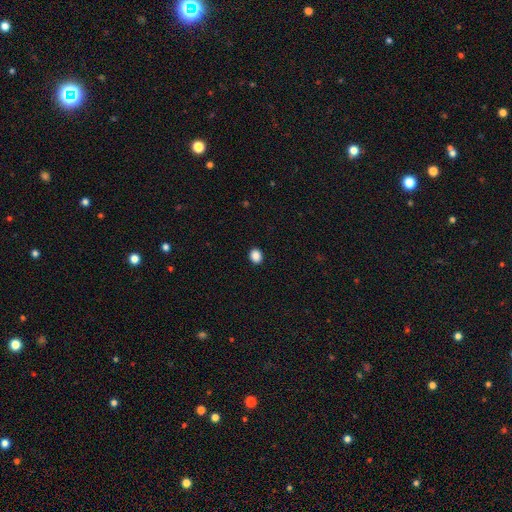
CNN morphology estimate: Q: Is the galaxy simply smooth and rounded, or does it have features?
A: smooth — 88%.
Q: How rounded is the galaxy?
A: round — 61%.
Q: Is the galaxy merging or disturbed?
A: none — 92%.